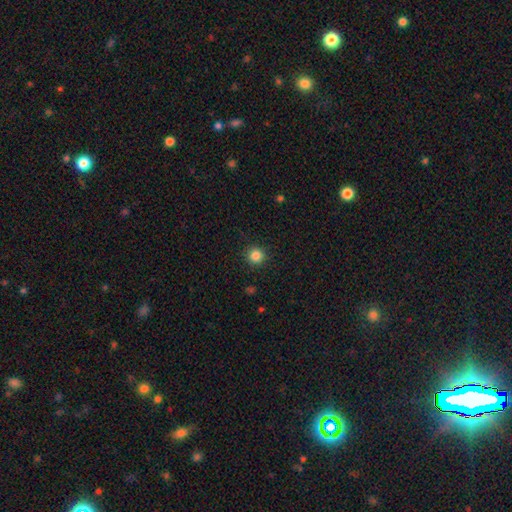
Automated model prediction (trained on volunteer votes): This appears to be a smooth galaxy with no disk features (84%) that is round (95%). Merging: none (92%).